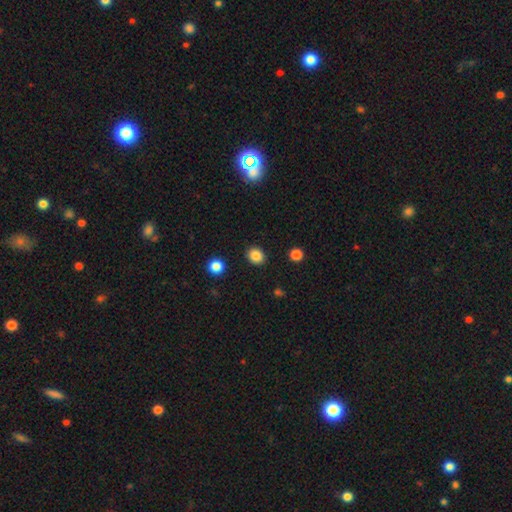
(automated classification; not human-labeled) Smooth or featured? smooth (86%)
How rounded? round (63%)
Merging? none (89%)